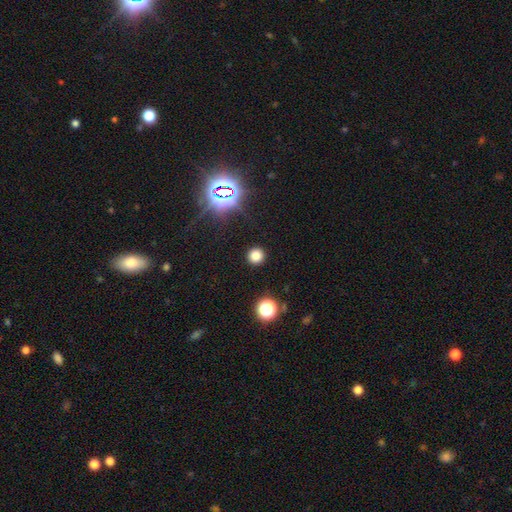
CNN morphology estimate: Q: Smooth or featured?
A: smooth (77%); runner-up: star or artifact (19%)
Q: How rounded?
A: round (94%); runner-up: in between (5%)
Q: Merging?
A: none (91%); runner-up: minor disturbance (5%)